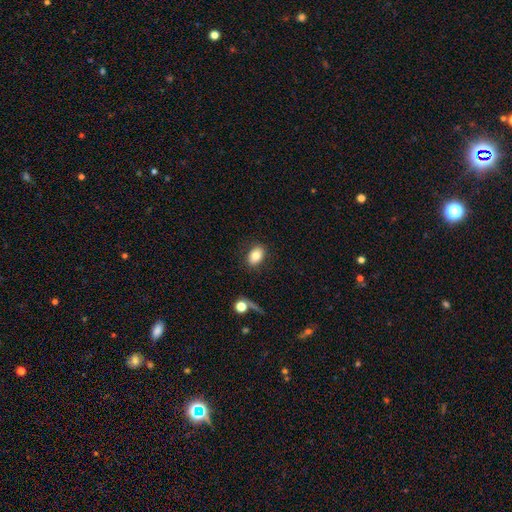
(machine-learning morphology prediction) Overall: smooth (81%). How rounded: in between (80%). Merging: none (84%).